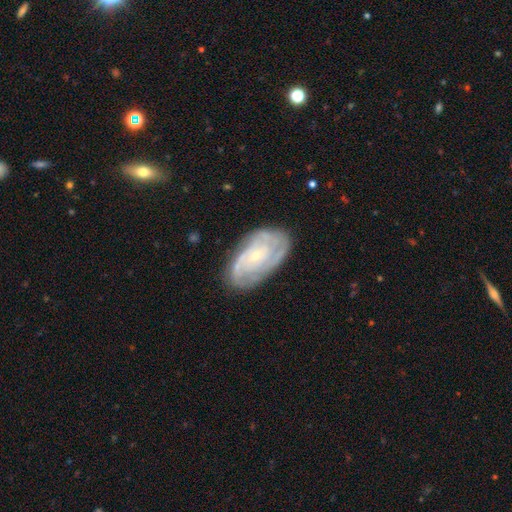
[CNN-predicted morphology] featured or disk 80%, smooth 14%, star or artifact 6%. Down the decision tree: edge-on disk — no (96%); bar — no (74%); spiral arms — yes (93%); spiral arm count — can't tell (35%); spiral winding — tight (63%); bulge size — small (78%); merging — none (77%).